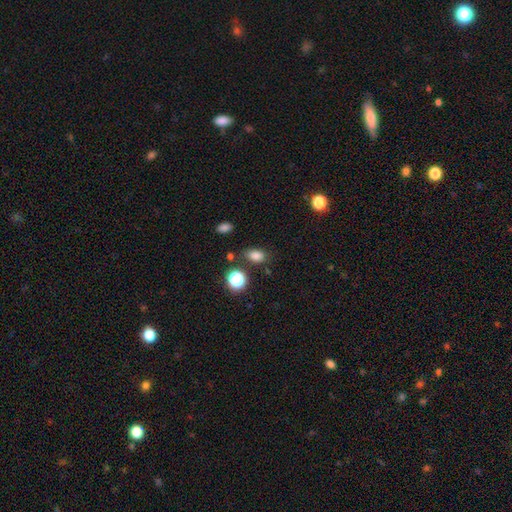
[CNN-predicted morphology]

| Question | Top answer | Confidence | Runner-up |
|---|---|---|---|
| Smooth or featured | smooth | 80% | star or artifact (15%) |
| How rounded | in between | 76% | round (22%) |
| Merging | none | 73% | minor disturbance (16%) |